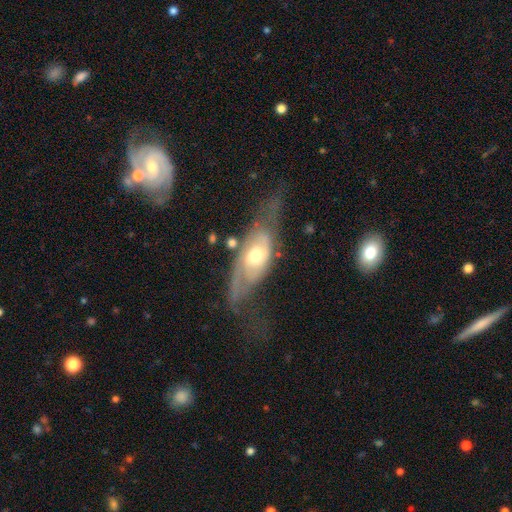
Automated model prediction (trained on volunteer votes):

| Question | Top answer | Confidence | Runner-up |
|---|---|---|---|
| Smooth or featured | featured or disk | 71% | smooth (22%) |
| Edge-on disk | no | 82% | yes (18%) |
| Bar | no | 68% | weak (26%) |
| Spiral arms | yes | 78% | no (22%) |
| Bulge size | moderate | 64% | small (25%) |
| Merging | none | 43% | major disturbance (28%) |